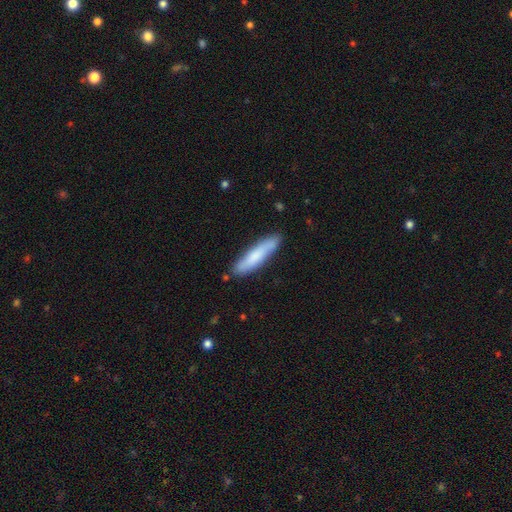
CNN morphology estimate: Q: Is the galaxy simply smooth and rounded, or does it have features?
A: smooth — 74%.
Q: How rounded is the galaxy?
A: cigar-shaped — 84%.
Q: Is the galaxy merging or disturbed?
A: none — 83%.